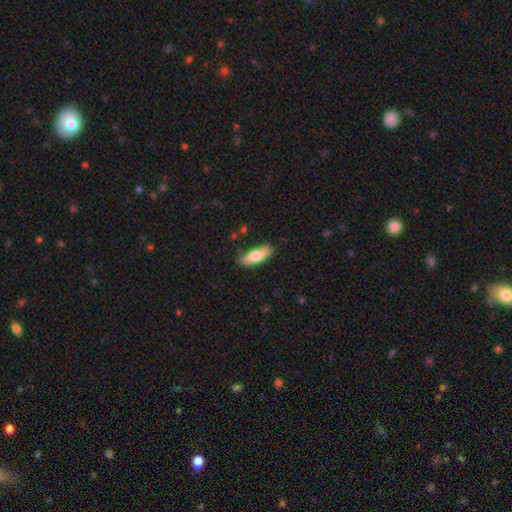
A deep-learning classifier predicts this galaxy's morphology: This appears to be a smooth galaxy with no disk features (72%) that is in between round and cigar-shaped (58%). Merging: none (84%).